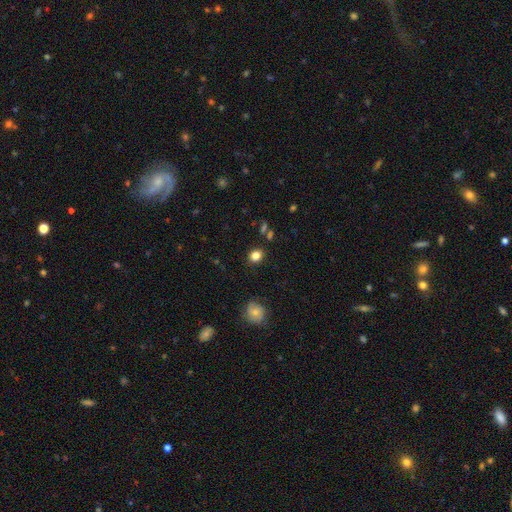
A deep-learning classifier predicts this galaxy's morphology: Smooth or featured? smooth (83%)
How rounded? round (68%)
Merging? none (86%)